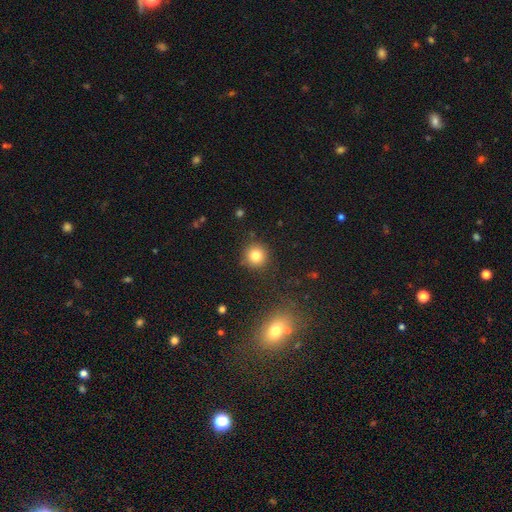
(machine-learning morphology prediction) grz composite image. It shows a smooth galaxy with no disk features (82%) that is round (93%). Merging: none (89%).